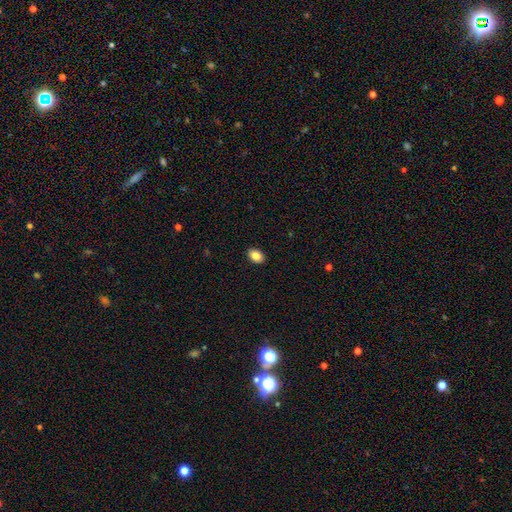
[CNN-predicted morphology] A smooth galaxy with no disk features (86%) that is in between round and cigar-shaped (79%). Merging: none (91%).